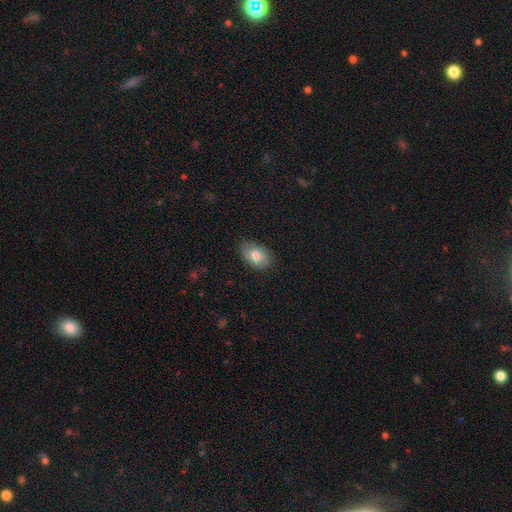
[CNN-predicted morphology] Smooth or featured? smooth (76%)
How rounded? in between (89%)
Merging? none (80%)